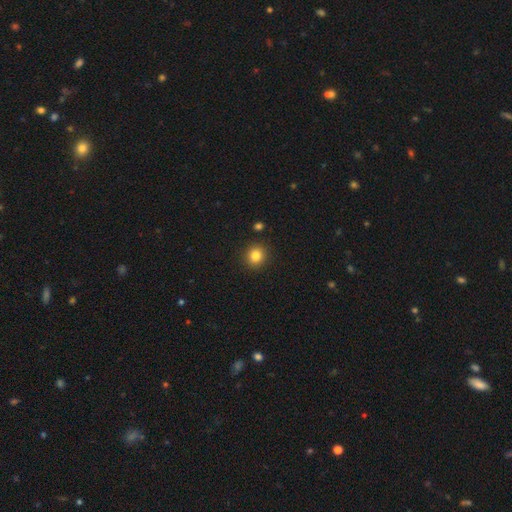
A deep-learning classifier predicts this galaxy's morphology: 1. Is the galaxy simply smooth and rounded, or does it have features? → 83% smooth, 11% star or artifact, 6% featured or disk.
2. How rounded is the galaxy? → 88% round, 11% in between, 1% cigar-shaped.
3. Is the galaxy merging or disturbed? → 91% none, 6% minor disturbance, 2% major disturbance, 2% merger.